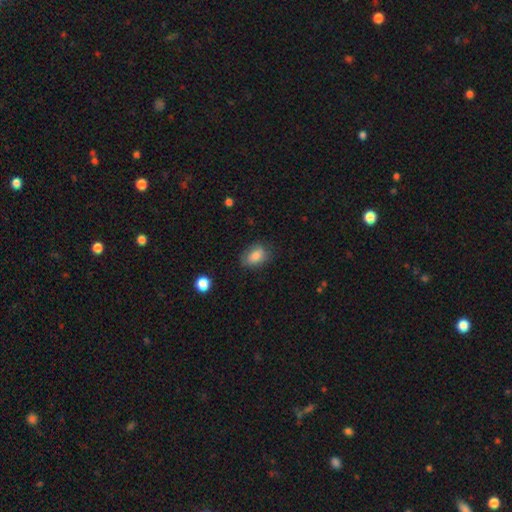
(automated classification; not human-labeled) smooth 83%, featured or disk 9%, star or artifact 8%. Down the decision tree: how rounded — in between (81%); merging — none (73%).